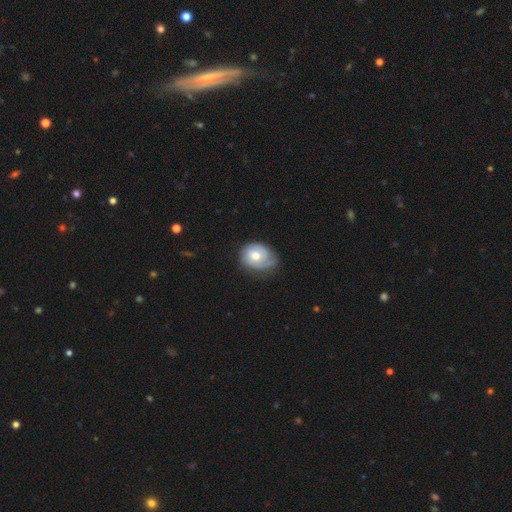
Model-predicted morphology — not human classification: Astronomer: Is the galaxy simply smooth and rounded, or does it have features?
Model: featured or disk — 55% (runner-up: smooth, 38%).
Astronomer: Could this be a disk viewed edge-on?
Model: no — 97%.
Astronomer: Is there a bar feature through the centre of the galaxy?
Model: no — 73%.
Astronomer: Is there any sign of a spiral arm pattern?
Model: yes — 82%.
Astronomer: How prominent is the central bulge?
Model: moderate — 71%.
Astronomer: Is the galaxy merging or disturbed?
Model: none — 59%.